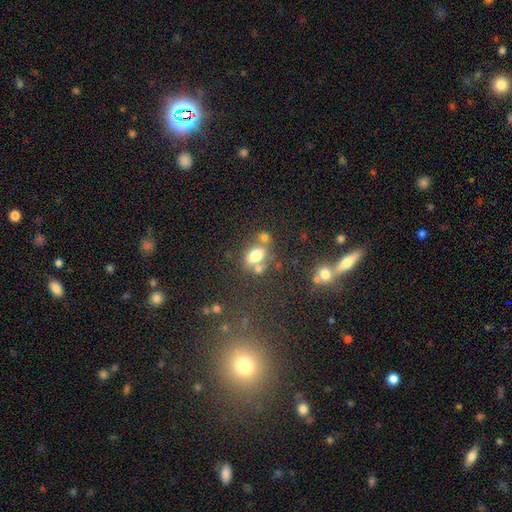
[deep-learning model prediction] smooth_or_featured: smooth (p=0.72) [alt: featured or disk p=0.14]
how_rounded: in between (p=0.74) [alt: round p=0.23]
merging: none (p=0.49) [alt: merger p=0.32]